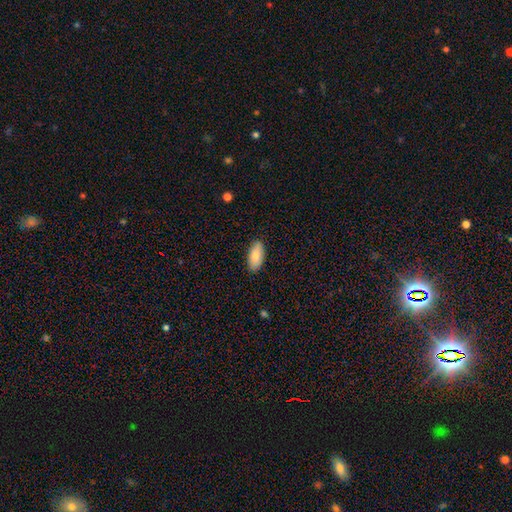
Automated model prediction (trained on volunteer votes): smooth 82%, featured or disk 12%, star or artifact 6%. Down the decision tree: how rounded — in between (88%); merging — none (88%).